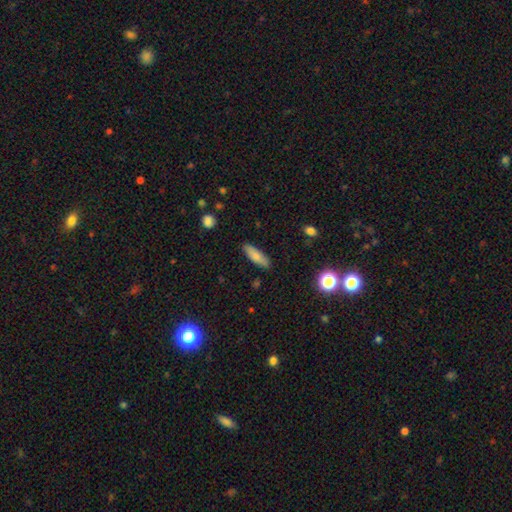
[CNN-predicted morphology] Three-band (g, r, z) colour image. It shows a smooth galaxy with no disk features (80%) that is cigar-shaped (49%, tied with in between). Merging: none (87%).